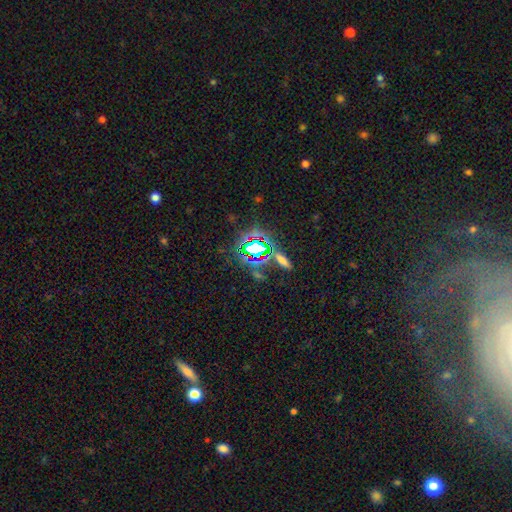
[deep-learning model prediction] Overall: star or artifact (68%).